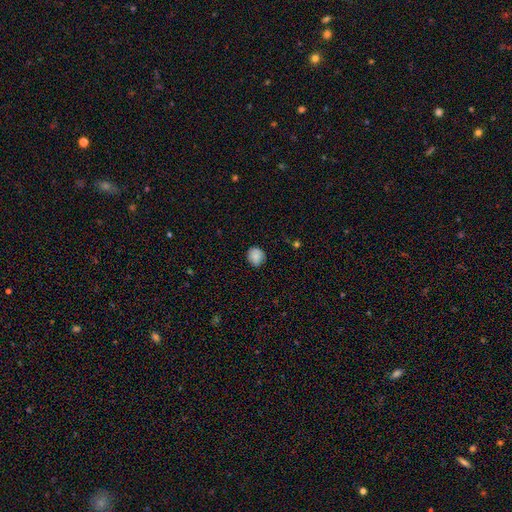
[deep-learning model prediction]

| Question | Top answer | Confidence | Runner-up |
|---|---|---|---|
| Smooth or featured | smooth | 88% | star or artifact (8%) |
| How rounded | round | 83% | in between (16%) |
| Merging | none | 85% | minor disturbance (12%) |